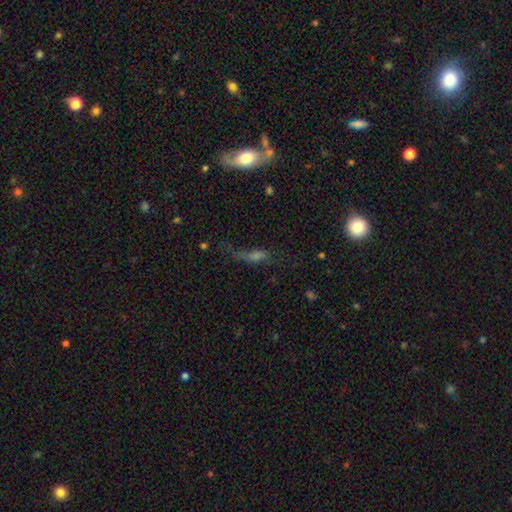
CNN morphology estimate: Smooth or featured? Predicted: featured or disk (p=0.41). Merging? Predicted: none (p=0.39).